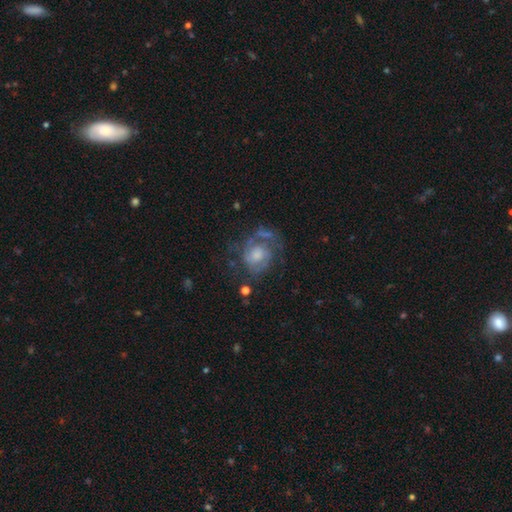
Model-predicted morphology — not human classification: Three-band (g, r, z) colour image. It shows a featured or disk galaxy (75%) with no bar (67%), 2 (54%) medium (43%) spiral arms (87%) and a moderate central bulge (44%). Merging: none (57%).